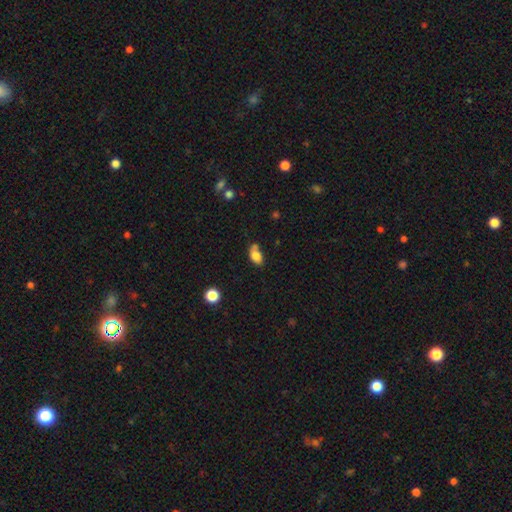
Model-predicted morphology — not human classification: smooth 80%, star or artifact 10%, featured or disk 10%. Down the decision tree: how rounded — in between (83%); merging — none (49%).